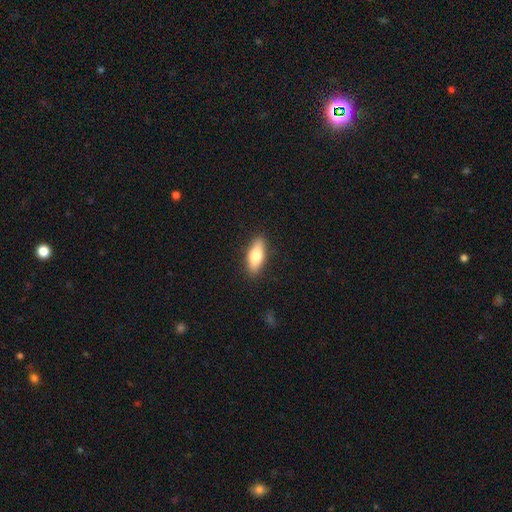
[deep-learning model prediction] Smooth or featured: smooth — 72% (featured or disk — 22%)
How rounded: in between — 72% (cigar-shaped — 25%)
Merging: none — 89% (minor disturbance — 8%)